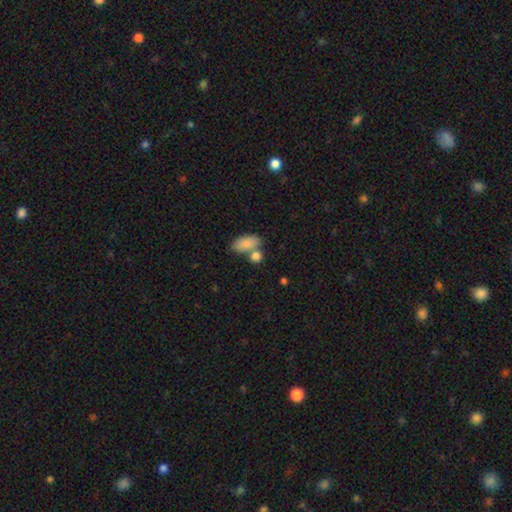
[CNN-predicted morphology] Smooth or featured? Predicted: smooth (p=0.85). How rounded? Predicted: in between (p=0.66). Merging? Predicted: none (p=0.51).